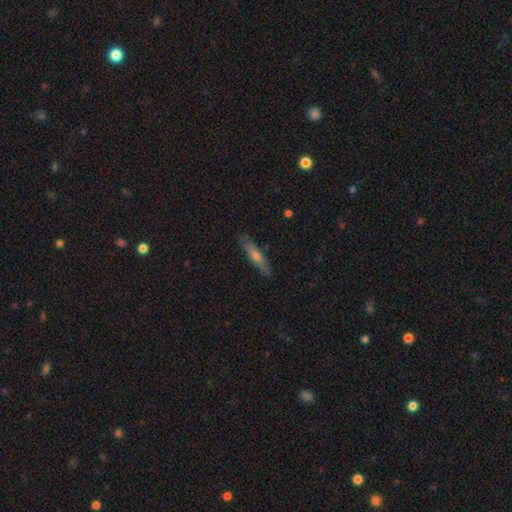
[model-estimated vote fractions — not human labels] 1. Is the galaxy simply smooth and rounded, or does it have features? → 48% featured or disk, 45% smooth, 7% star or artifact.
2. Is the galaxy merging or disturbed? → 87% none, 10% minor disturbance, 2% major disturbance, 1% merger.